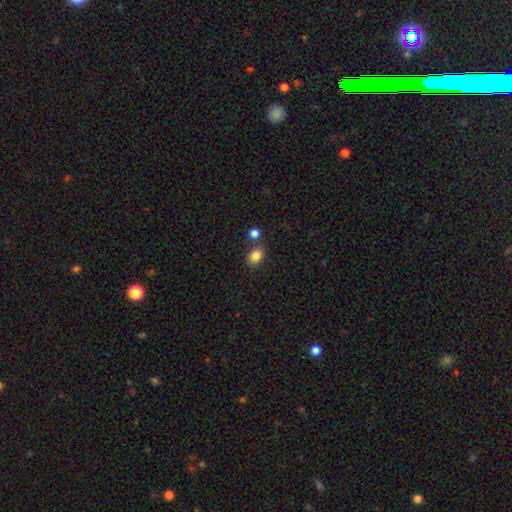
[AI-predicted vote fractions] Smooth or featured? Predicted: smooth (p=0.84). How rounded? Predicted: in between (p=0.62). Merging? Predicted: none (p=0.72).